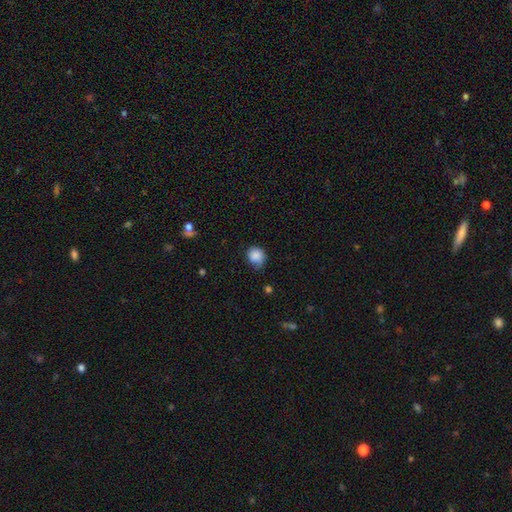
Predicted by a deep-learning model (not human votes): smooth_or_featured: smooth (p=0.86) [alt: star or artifact p=0.08]
how_rounded: round (p=0.73) [alt: in between p=0.26]
merging: none (p=0.54) [alt: minor disturbance p=0.36]